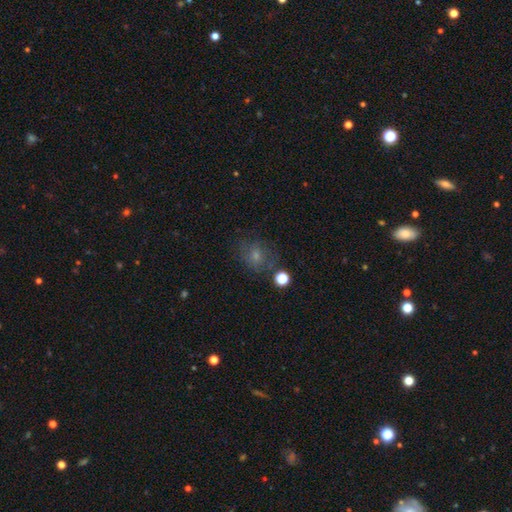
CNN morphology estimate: Overall: smooth (61%). How rounded: round (69%; in between 30%). Merging: none (64%).